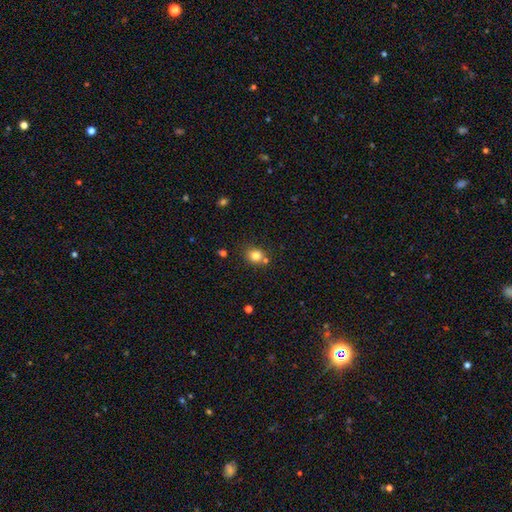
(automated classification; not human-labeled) A smooth galaxy with no disk features (81%) that is round (78%).

Vote fractions:
- Smooth or featured? smooth: 81% / star or artifact: 12% / featured or disk: 7%
- How rounded? round: 78% / in between: 21% / cigar-shaped: 1%
- Merging? none: 68% / merger: 16% / minor disturbance: 12% / major disturbance: 3%